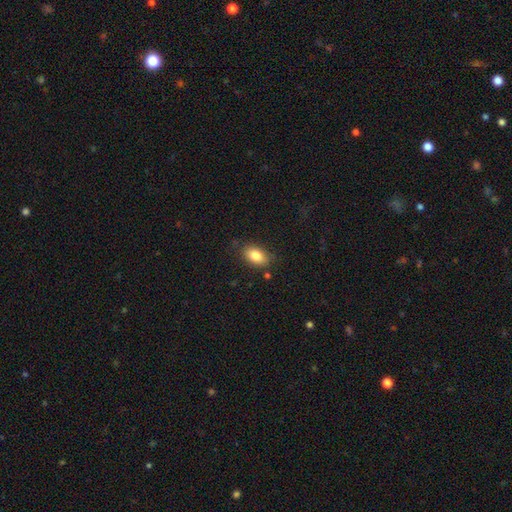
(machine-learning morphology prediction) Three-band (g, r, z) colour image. It shows a smooth galaxy with no disk features (84%) that is in between round and cigar-shaped (89%). Merging: none (80%).